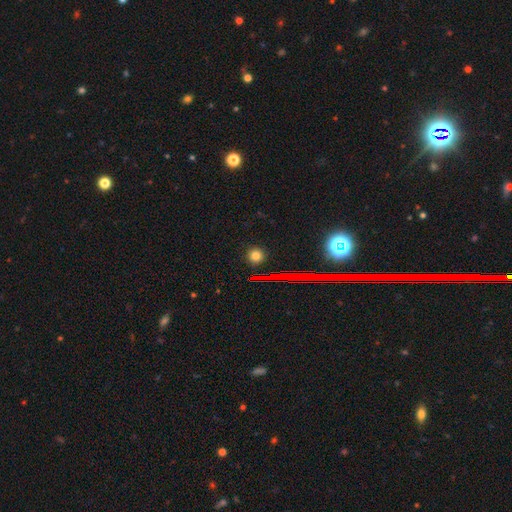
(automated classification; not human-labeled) smooth 74%, star or artifact 18%, featured or disk 7%. Down the decision tree: how rounded — round (93%); merging — none (90%).